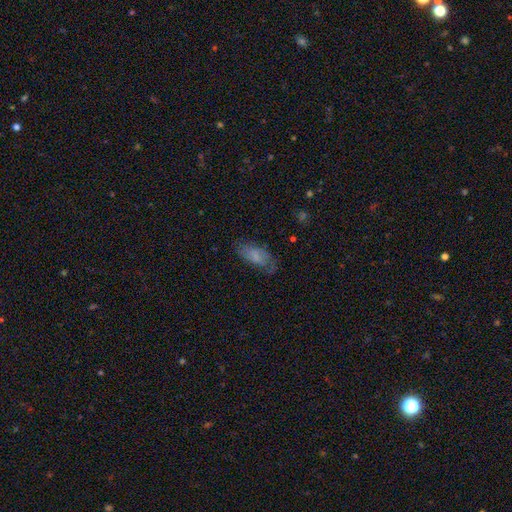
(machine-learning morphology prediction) type=smooth (67%); roundness=in between (86%); merging=none (64%).